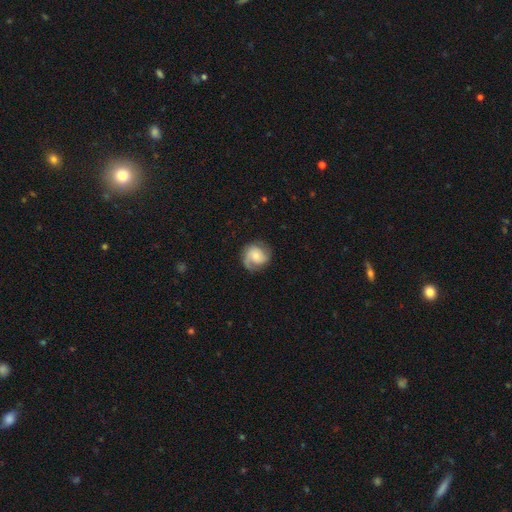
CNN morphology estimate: The model was most divided on "spiral winding": medium: 43%, tight: 39%, loose: 18%. Remaining: edge-on disk — no (98%); spiral arms — yes (95%); merging — none (74%); smooth or featured — featured or disk (70%); spiral arm count — 2 (67%); bar — no (65%); bulge size — small (44%).